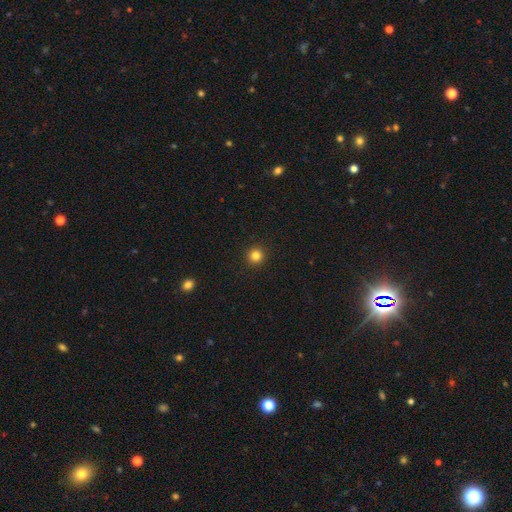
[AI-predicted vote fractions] This appears to be a smooth galaxy with no disk features (83%) that is round (95%). Merging: none (93%).